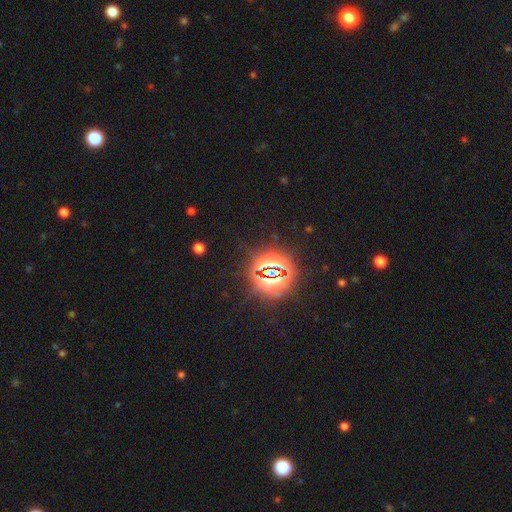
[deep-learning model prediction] Morphology: type=star or artifact (81%).